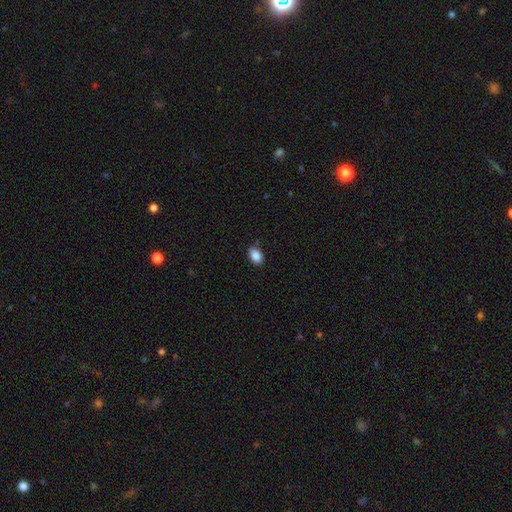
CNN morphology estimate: Smooth or featured? smooth (87%)
How rounded? in between (84%)
Merging? none (80%)